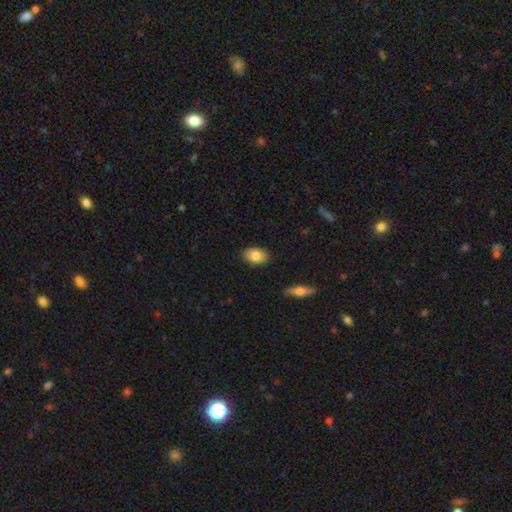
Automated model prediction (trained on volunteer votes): The model was most divided on "smooth or featured": smooth: 82%, featured or disk: 12%, star or artifact: 7%. More confident: merging — none (87%); how rounded — in between (87%).